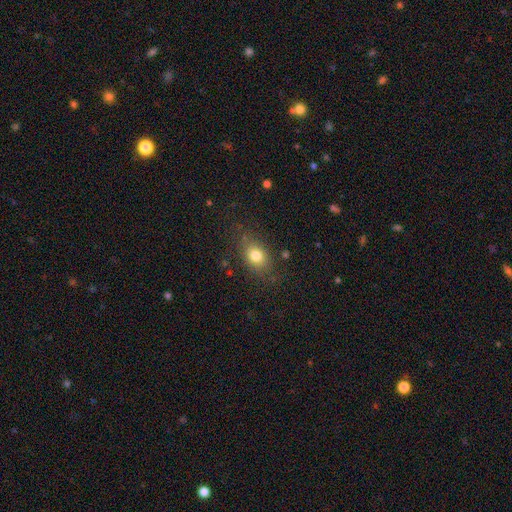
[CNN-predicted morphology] A smooth galaxy with no disk features (79%) that is in between round and cigar-shaped (66%). Merging: none (78%).